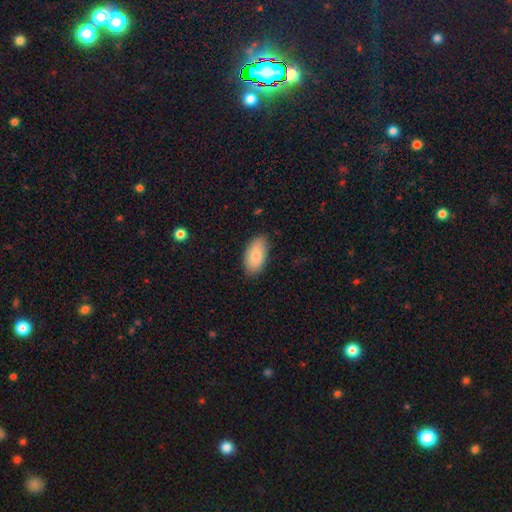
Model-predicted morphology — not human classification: Smooth or featured? smooth (83%)
How rounded? in between (94%)
Merging? none (84%)